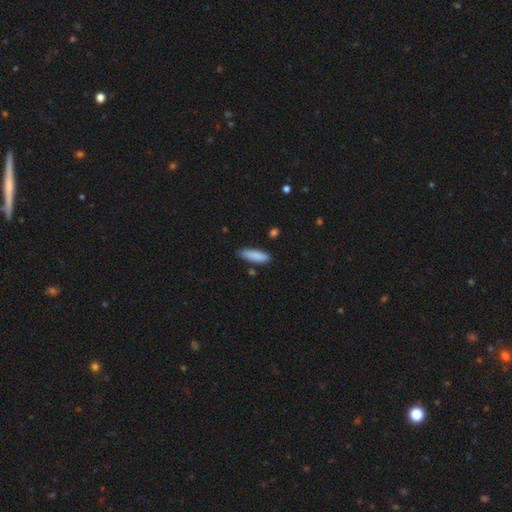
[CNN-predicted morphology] smooth 89%, star or artifact 6%, featured or disk 5%. Down the decision tree: how rounded — cigar-shaped (54%); merging — none (83%).